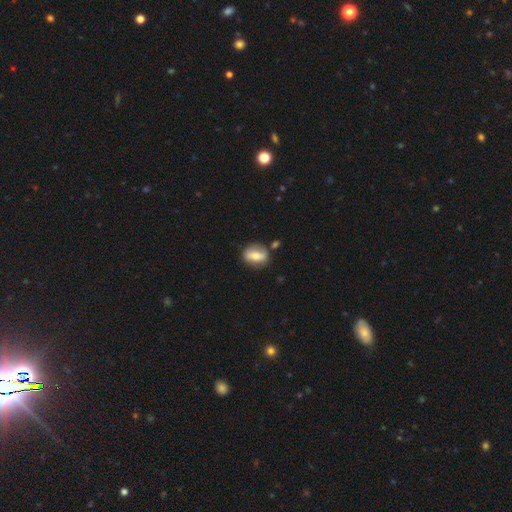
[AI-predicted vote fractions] A smooth galaxy with no disk features (58%) that is in between round and cigar-shaped (66%).

Vote fractions:
- Smooth or featured? smooth: 58% / featured or disk: 35% / star or artifact: 7%
- How rounded? in between: 66% / round: 29% / cigar-shaped: 5%
- Merging? none: 75% / minor disturbance: 15% / merger: 6% / major disturbance: 4%